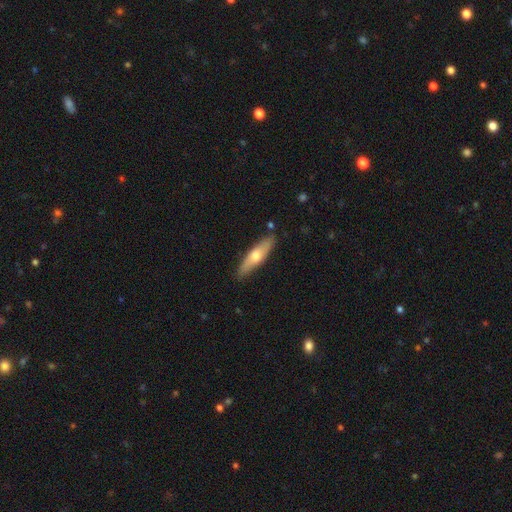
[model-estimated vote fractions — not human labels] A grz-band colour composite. It shows a smooth galaxy with no disk features (54%) that is cigar-shaped (72%). Merging: none (86%).